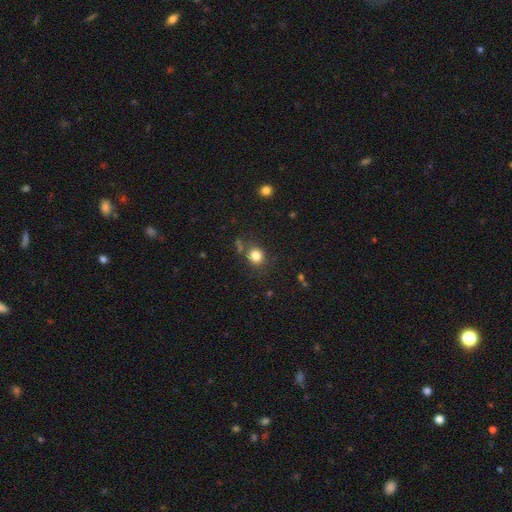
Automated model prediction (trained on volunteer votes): This appears to be a smooth galaxy with no disk features (82%) that is round (79%). Merging: none (75%).